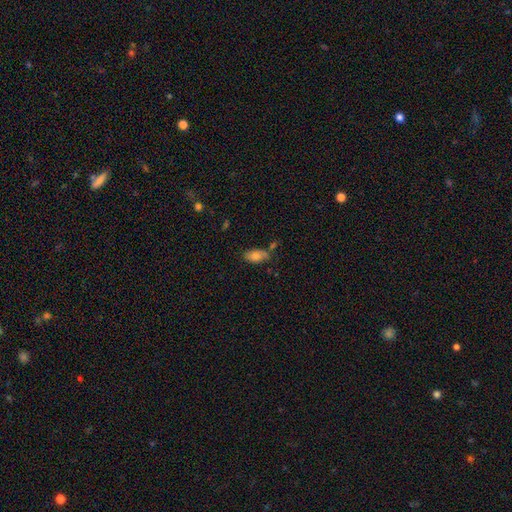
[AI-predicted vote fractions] Smooth or featured?
  - smooth: 77% *
  - featured or disk: 14%
  - star or artifact: 8%
How rounded?
  - in between: 92% *
  - round: 4%
  - cigar-shaped: 4%
Merging?
  - none: 63% *
  - minor disturbance: 20%
  - merger: 12%
  - major disturbance: 5%